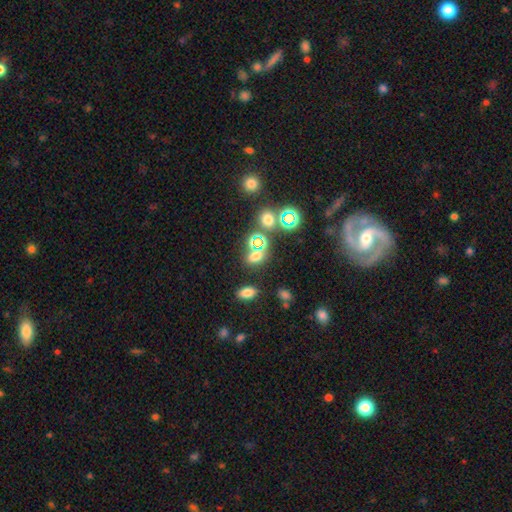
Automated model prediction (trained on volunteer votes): Smooth or featured? smooth (55%)
How rounded? in between (54%)
Merging? none (65%)